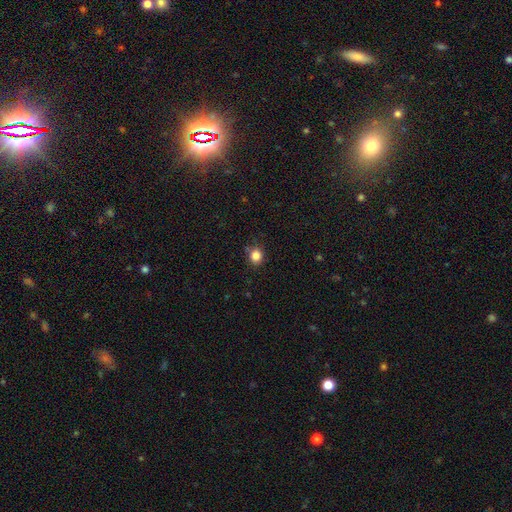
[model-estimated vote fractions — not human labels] A smooth galaxy with no disk features (84%) that is round (79%). Merging: none (82%).